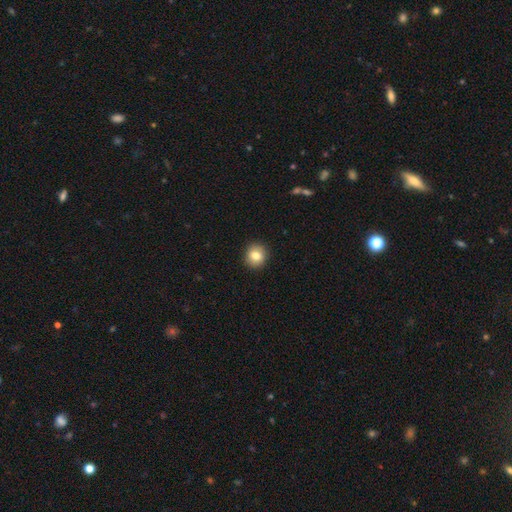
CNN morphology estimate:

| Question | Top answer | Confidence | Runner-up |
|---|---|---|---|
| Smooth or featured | smooth | 82% | featured or disk (9%) |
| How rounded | round | 88% | in between (11%) |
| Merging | none | 92% | minor disturbance (6%) |